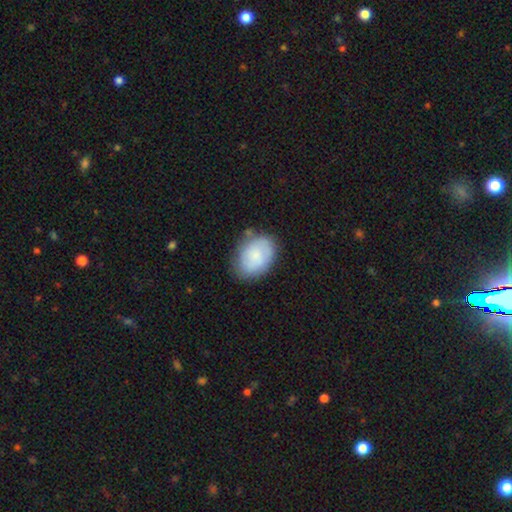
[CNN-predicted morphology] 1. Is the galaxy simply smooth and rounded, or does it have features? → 75% smooth, 18% featured or disk, 7% star or artifact.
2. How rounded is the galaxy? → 78% in between, 21% round, 1% cigar-shaped.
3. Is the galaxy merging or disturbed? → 71% none, 21% minor disturbance, 5% major disturbance, 3% merger.